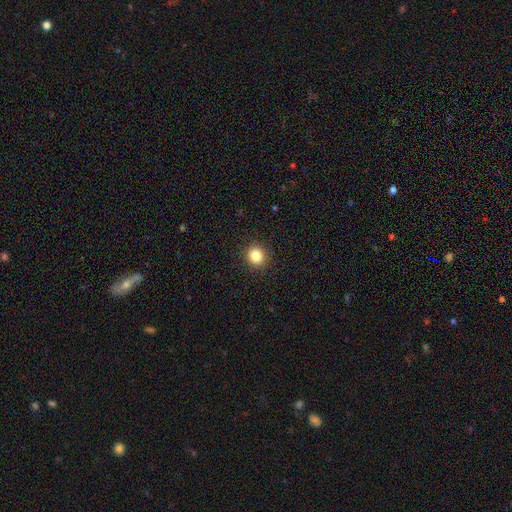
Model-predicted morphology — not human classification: Overall: smooth (84%). How rounded: round (87%). Merging: none (91%).